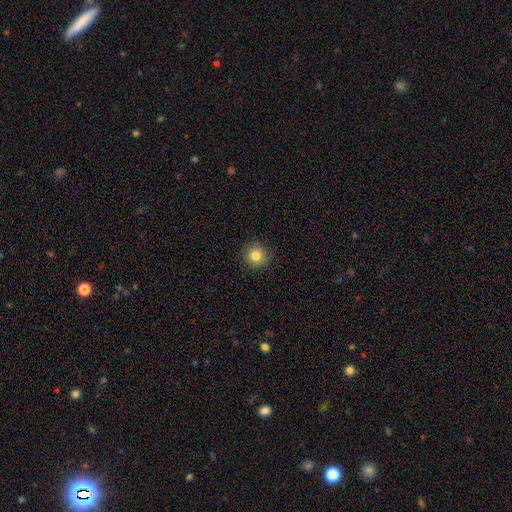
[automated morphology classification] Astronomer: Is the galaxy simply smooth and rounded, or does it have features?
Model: smooth — 81%.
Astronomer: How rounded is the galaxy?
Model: round — 93%.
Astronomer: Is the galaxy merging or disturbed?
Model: none — 87%.